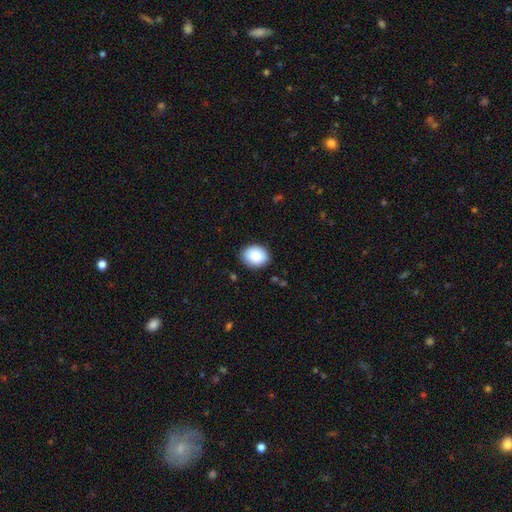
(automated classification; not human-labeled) smooth 88%, star or artifact 7%, featured or disk 5%. Down the decision tree: how rounded — in between (51%); merging — none (87%).